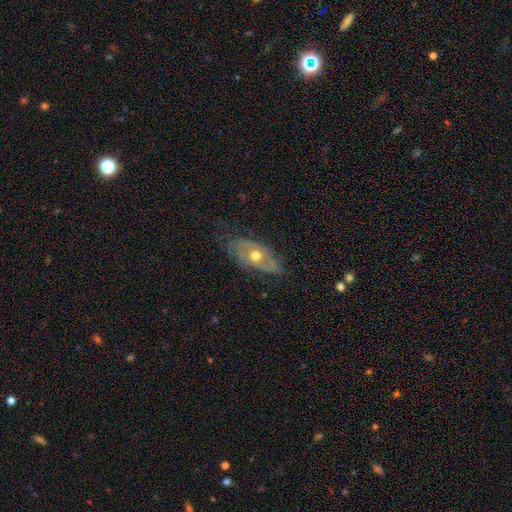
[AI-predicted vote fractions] Morphology: type=featured or disk (64%); edge-on=no (83%); bar=no (87%); spiral arms=no (58%); bulge=moderate (79%); merging=none (64%).